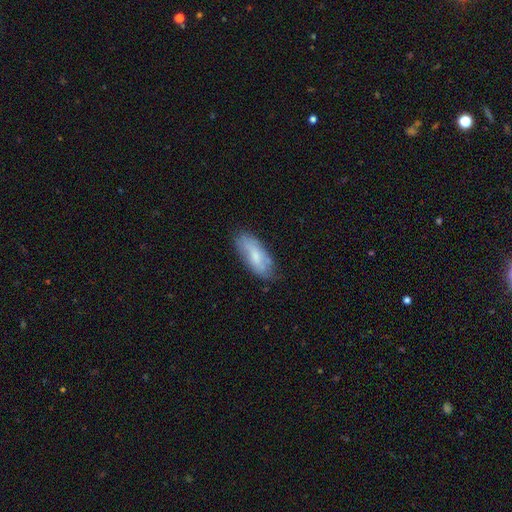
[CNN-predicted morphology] A smooth galaxy with no disk features (66%) that is in between round and cigar-shaped (78%).

Vote fractions:
- Smooth or featured? smooth: 66% / featured or disk: 27% / star or artifact: 7%
- How rounded? in between: 78% / cigar-shaped: 20% / round: 2%
- Merging? none: 72% / minor disturbance: 22% / major disturbance: 5% / merger: 2%